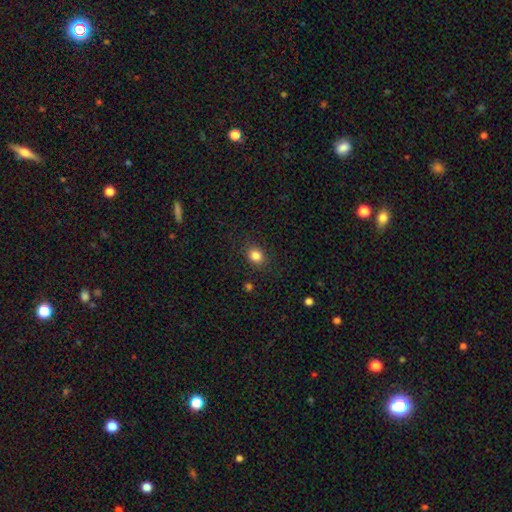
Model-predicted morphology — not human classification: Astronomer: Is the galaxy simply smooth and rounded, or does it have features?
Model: smooth — 84%.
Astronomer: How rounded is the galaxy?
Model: round — 68%.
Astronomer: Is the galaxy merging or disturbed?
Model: none — 87%.